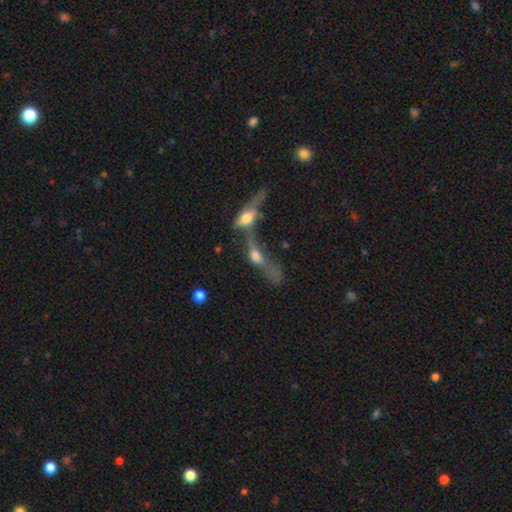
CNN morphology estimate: type=featured or disk (45%); merging=merger (66%).